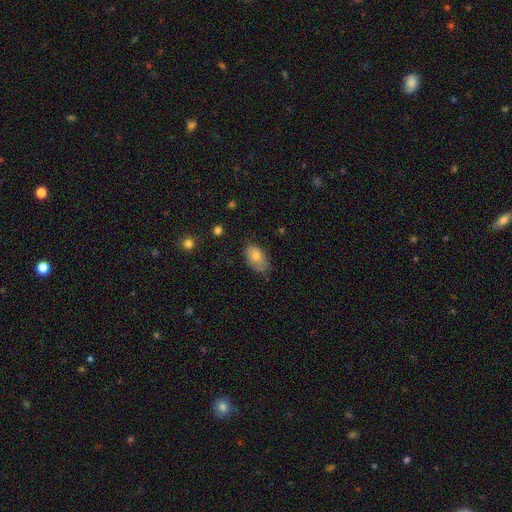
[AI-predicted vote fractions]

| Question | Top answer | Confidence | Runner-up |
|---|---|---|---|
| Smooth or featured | smooth | 72% | featured or disk (19%) |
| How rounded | in between | 90% | round (8%) |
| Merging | none | 65% | minor disturbance (28%) |